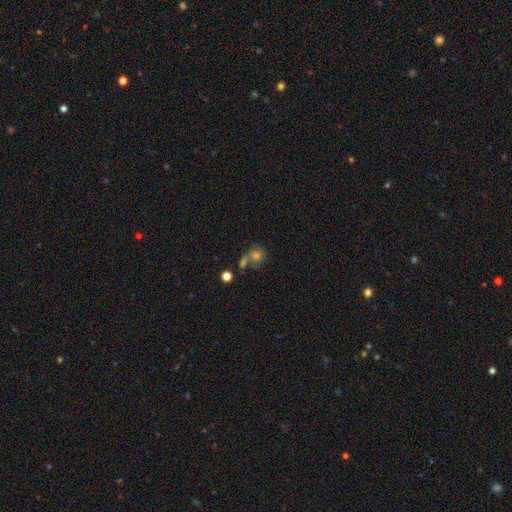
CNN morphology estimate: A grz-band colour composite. It shows a smooth galaxy with no disk features (52%) that is round (74%). Merging: none (41%).